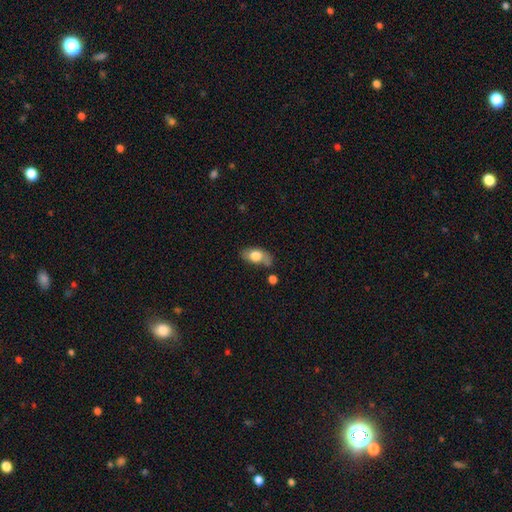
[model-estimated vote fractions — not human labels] Smooth or featured: smooth — 67% (featured or disk — 26%)
How rounded: in between — 87% (round — 10%)
Merging: none — 54% (minor disturbance — 26%)